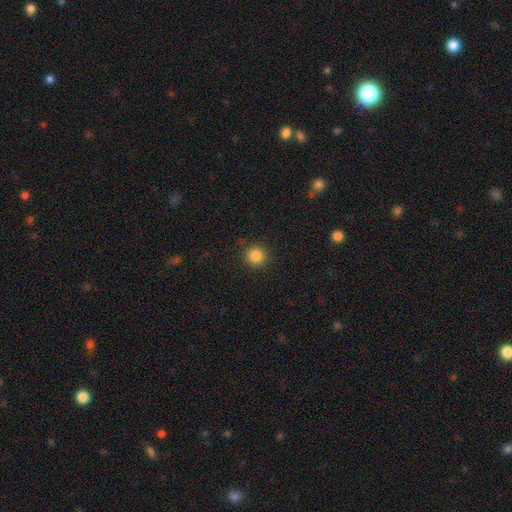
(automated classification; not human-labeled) Smooth or featured? smooth (85%)
How rounded? round (93%)
Merging? none (90%)